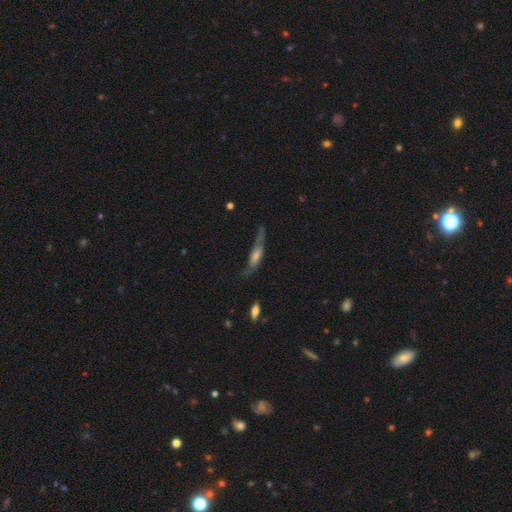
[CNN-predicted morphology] The model was most divided on "merging": none: 47%, minor disturbance: 29%, major disturbance: 20%, merger: 3%. More confident: edge-on disk — yes (68%); smooth or featured — featured or disk (57%).